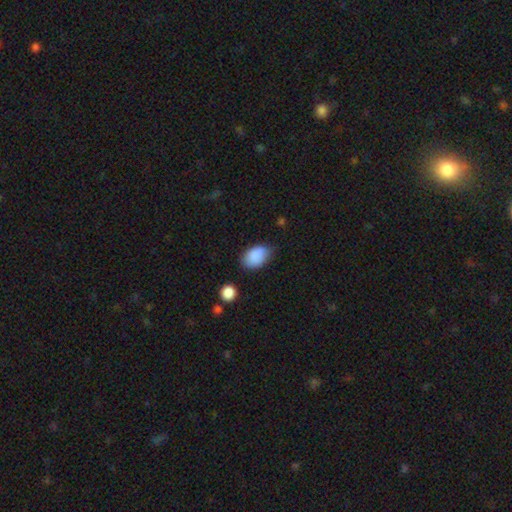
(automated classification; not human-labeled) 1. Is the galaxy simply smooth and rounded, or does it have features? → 88% smooth, 7% star or artifact, 5% featured or disk.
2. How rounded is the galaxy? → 88% in between, 11% round, 1% cigar-shaped.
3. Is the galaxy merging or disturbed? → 70% none, 24% minor disturbance, 4% major disturbance, 2% merger.